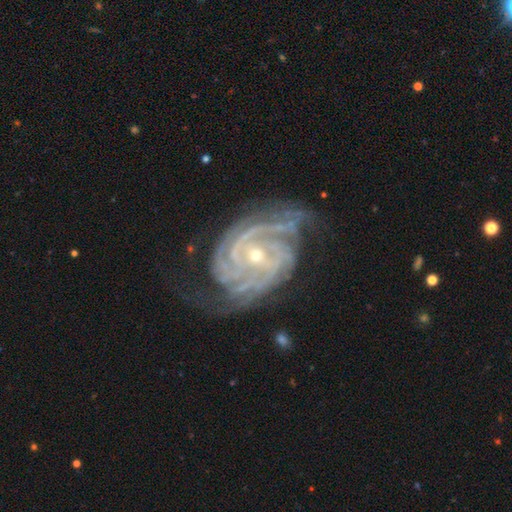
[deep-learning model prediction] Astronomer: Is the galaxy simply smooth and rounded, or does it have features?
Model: featured or disk — 91%.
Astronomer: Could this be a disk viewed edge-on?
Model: no — 97%.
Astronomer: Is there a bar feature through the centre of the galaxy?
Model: no — 60%.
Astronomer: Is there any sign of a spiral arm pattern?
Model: yes — 98%.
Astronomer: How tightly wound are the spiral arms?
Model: tight — 69%.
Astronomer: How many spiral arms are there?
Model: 4 — 27% (runner-up: 3, 21%).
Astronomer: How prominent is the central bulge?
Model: small — 74%.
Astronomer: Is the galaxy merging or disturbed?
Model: none — 63%.